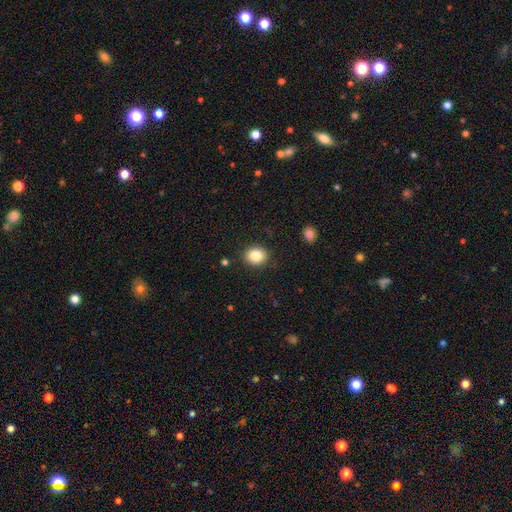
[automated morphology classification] A smooth galaxy with no disk features (84%) that is round (61%). Merging: none (88%).